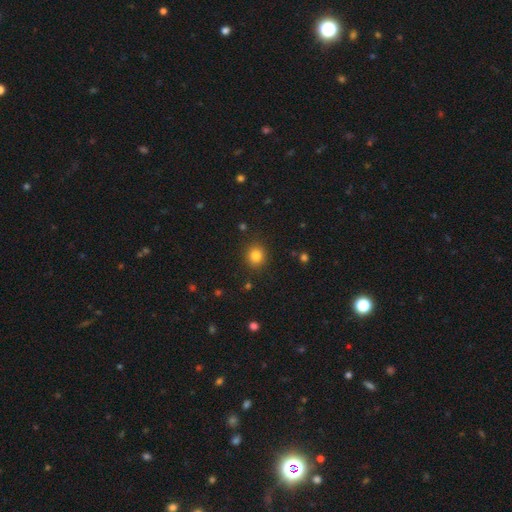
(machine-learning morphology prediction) This appears to be a smooth galaxy with no disk features (83%) that is round (85%). Merging: none (89%).